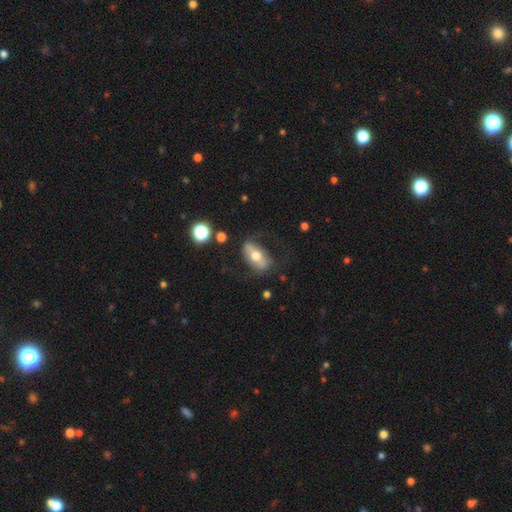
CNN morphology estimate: A smooth galaxy with no disk features (48%). Merging: none (64%).